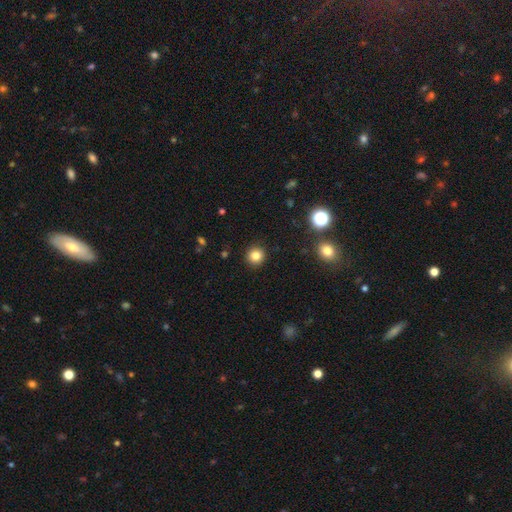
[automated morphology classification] smooth_or_featured: smooth (p=0.83) [alt: star or artifact p=0.12]
how_rounded: round (p=0.91) [alt: in between p=0.08]
merging: none (p=0.92) [alt: minor disturbance p=0.05]